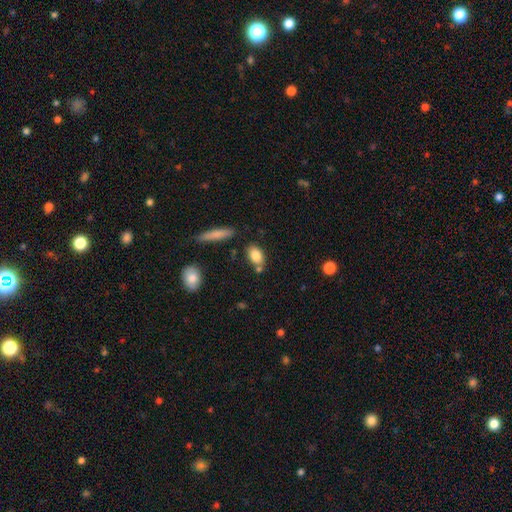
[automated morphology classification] Overall: smooth (82%). How rounded: in between (84%). Merging: none (67%).